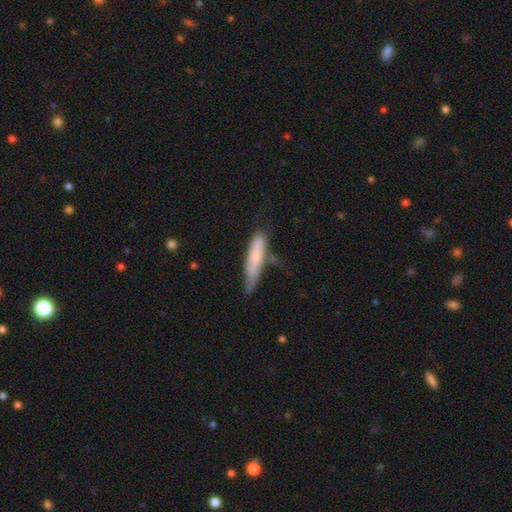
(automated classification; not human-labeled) Smooth or featured? smooth (70%)
How rounded? cigar-shaped (81%)
Merging? none (51%)